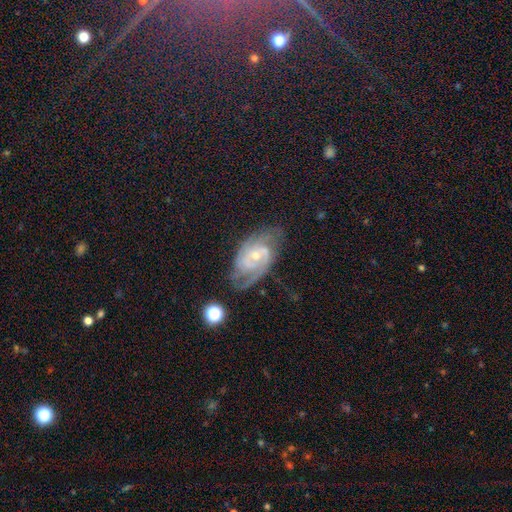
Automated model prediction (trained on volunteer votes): featured or disk 86%, smooth 8%, star or artifact 7%. Down the decision tree: edge-on disk — no (96%); bar — no (59%); spiral arms — yes (96%); spiral arm count — 2 (55%); spiral winding — tight (48%); bulge size — small (63%); merging — none (66%).